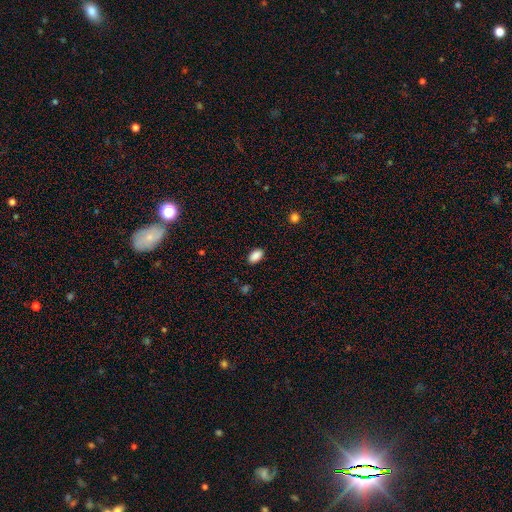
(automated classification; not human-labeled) smooth 89%, star or artifact 8%, featured or disk 3%. Down the decision tree: how rounded — in between (93%); merging — none (88%).